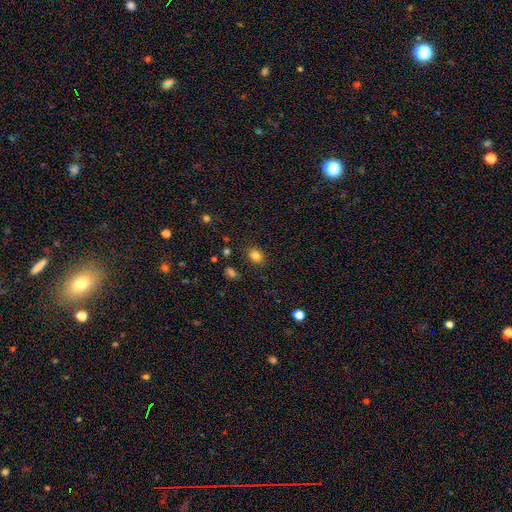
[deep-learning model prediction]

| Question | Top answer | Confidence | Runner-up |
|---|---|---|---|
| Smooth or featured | smooth | 82% | star or artifact (12%) |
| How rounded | in between | 53% | round (46%) |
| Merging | none | 86% | minor disturbance (10%) |